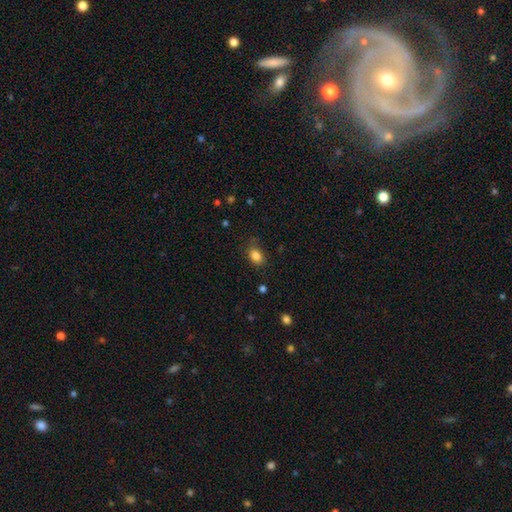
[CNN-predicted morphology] Overall: smooth (85%). How rounded: in between (70%). Merging: none (78%).